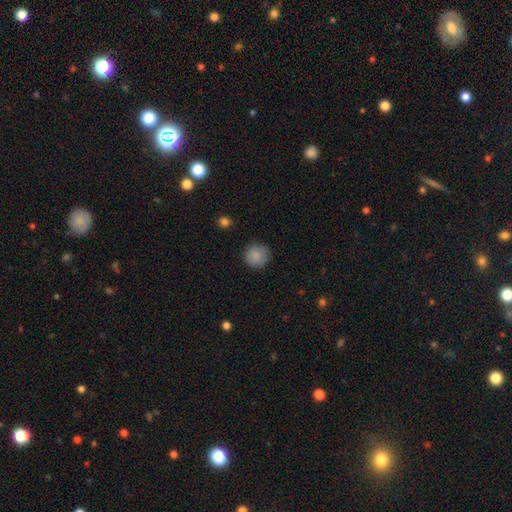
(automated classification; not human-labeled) The model was most divided on "merging": none: 86%, minor disturbance: 11%, major disturbance: 3%, merger: 1%. More confident: how rounded — round (92%); smooth or featured — smooth (87%).